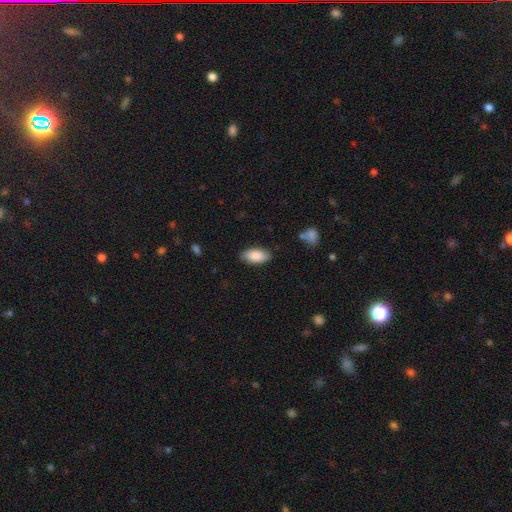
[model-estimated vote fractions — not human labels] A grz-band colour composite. It shows a smooth galaxy with no disk features (88%) that is in between round and cigar-shaped (93%). Merging: none (85%).